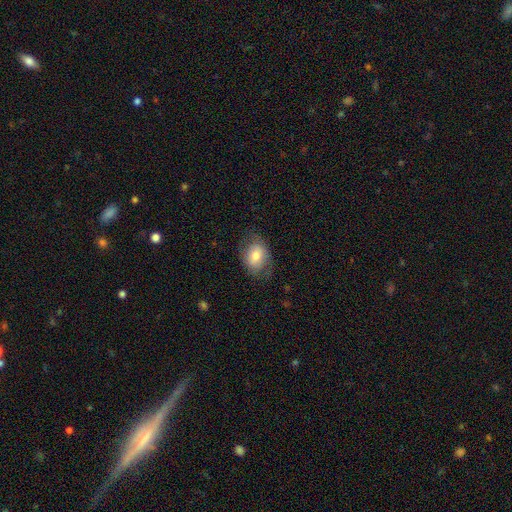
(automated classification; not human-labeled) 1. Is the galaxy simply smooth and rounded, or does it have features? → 69% smooth, 23% featured or disk, 8% star or artifact.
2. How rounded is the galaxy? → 69% in between, 30% round, 1% cigar-shaped.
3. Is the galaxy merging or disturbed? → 69% none, 21% minor disturbance, 9% major disturbance, 1% merger.